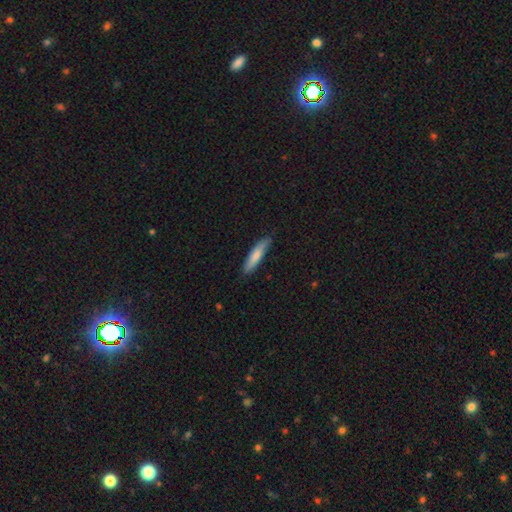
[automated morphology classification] This is likely a smooth galaxy (77%). How rounded: clearly cigar-shaped (82%). Merging: clearly none (84%).